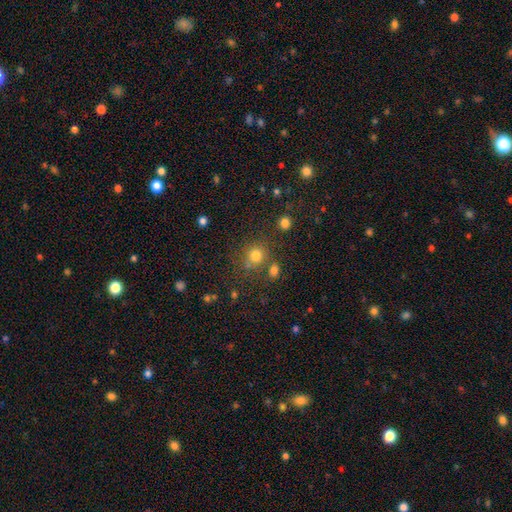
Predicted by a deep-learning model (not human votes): Smooth or featured: smooth — 76% (star or artifact — 16%)
How rounded: round — 85% (in between — 14%)
Merging: none — 70% (merger — 14%)